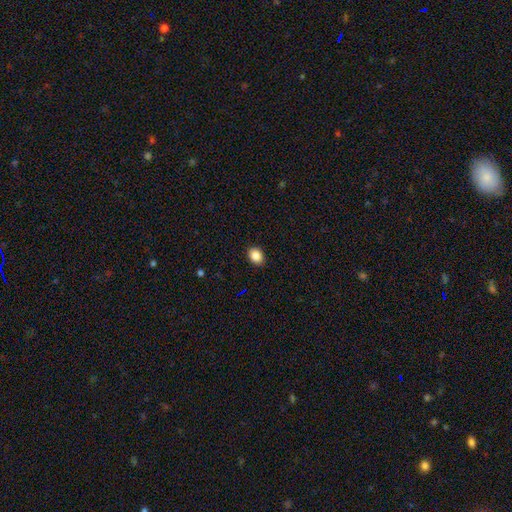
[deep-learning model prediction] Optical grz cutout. It shows a smooth galaxy with no disk features (87%) that is in between round and cigar-shaped (60%). Merging: none (90%).